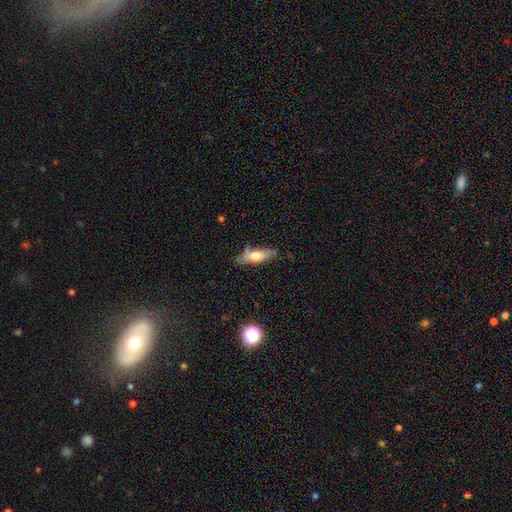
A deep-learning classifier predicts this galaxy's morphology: This is likely a smooth galaxy (66%). How rounded: possibly in between (58%). Merging: likely none (62%).